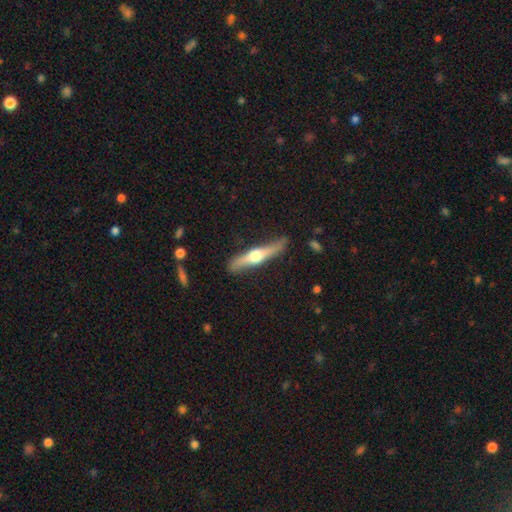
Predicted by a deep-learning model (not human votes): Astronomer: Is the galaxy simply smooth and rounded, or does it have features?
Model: featured or disk — 66%.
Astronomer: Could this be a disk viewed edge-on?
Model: yes — 94%.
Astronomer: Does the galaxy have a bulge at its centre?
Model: rounded — 94%.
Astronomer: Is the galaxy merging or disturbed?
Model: none — 81%.